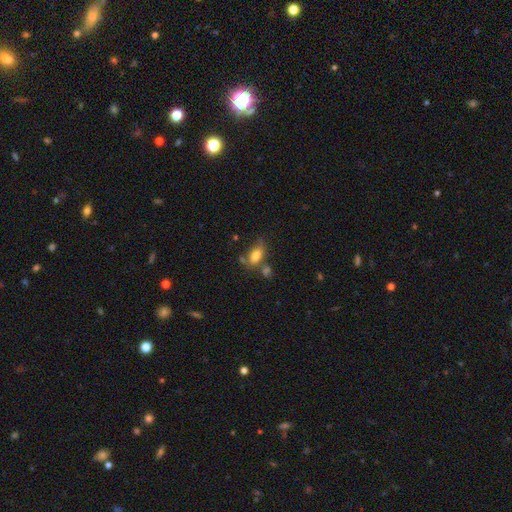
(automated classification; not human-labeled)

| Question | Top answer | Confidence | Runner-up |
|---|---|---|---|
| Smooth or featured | smooth | 77% | featured or disk (13%) |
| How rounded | in between | 86% | cigar-shaped (7%) |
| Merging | none | 54% | minor disturbance (20%) |